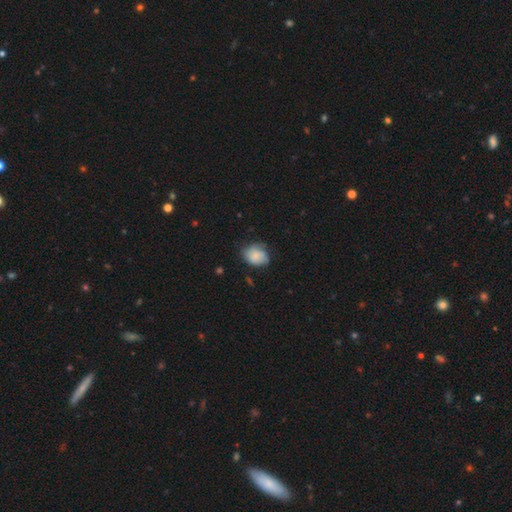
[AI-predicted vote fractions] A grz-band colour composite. It shows a smooth galaxy with no disk features (75%) that is in between round and cigar-shaped (55%). Merging: none (53%).